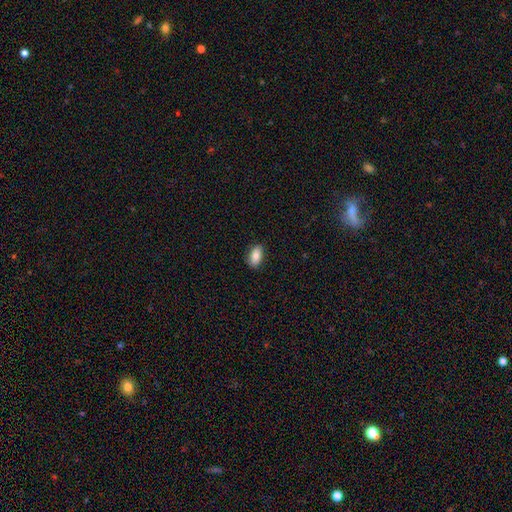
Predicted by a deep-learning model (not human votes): Smooth or featured: smooth — 82% (featured or disk — 10%)
How rounded: in between — 90% (round — 5%)
Merging: none — 84% (minor disturbance — 12%)